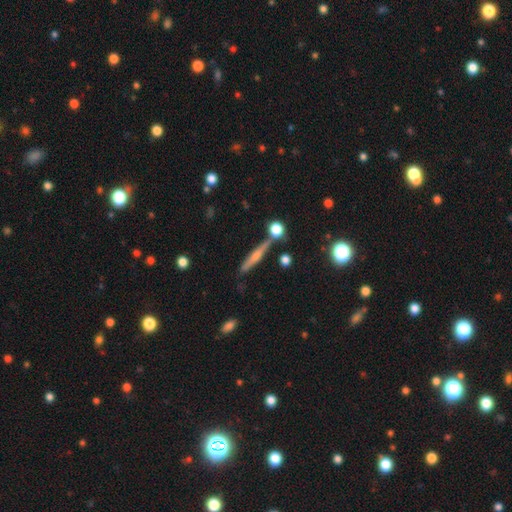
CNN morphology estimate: The model was most divided on "smooth or featured": featured or disk: 54%, smooth: 37%, star or artifact: 9%. More confident: edge-on disk — yes (95%); merging — none (79%); edge-on bulge — rounded (69%).